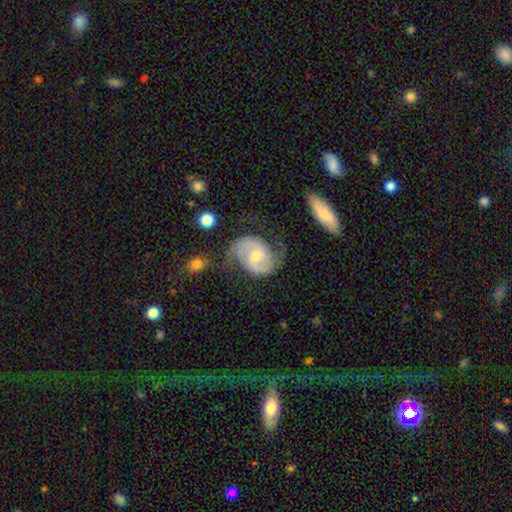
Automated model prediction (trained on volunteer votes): Q: Smooth or featured?
A: featured or disk (85%); runner-up: smooth (10%)
Q: Edge-on disk?
A: no (97%); runner-up: yes (3%)
Q: Bar?
A: no (46%); runner-up: weak (42%)
Q: Spiral arms?
A: yes (95%); runner-up: no (5%)
Q: Spiral winding?
A: medium (51%); runner-up: tight (24%)
Q: Spiral arm count?
A: 2 (91%); runner-up: can't tell (4%)
Q: Bulge size?
A: moderate (65%); runner-up: small (30%)
Q: Merging?
A: none (62%); runner-up: minor disturbance (22%)